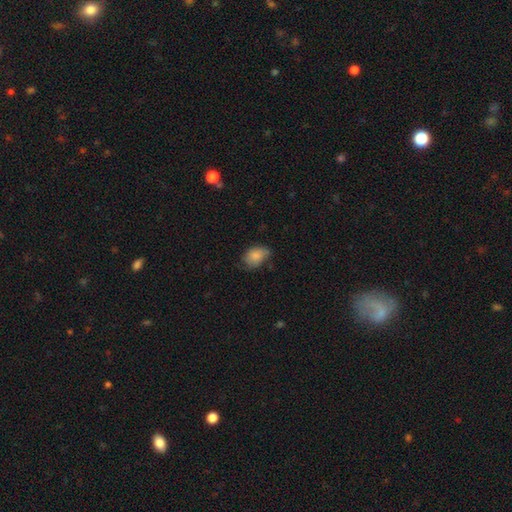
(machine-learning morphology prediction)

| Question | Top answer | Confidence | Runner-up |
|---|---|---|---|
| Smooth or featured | smooth | 83% | featured or disk (9%) |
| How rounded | in between | 78% | round (21%) |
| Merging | none | 54% | minor disturbance (36%) |